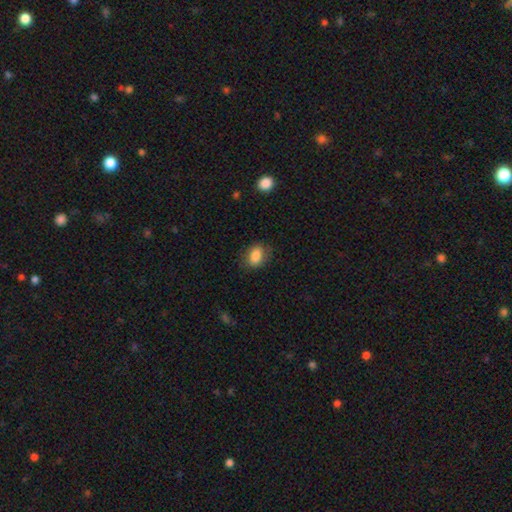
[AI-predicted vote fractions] Q: Smooth or featured?
A: smooth (85%); runner-up: star or artifact (8%)
Q: How rounded?
A: in between (76%); runner-up: round (22%)
Q: Merging?
A: none (80%); runner-up: minor disturbance (15%)